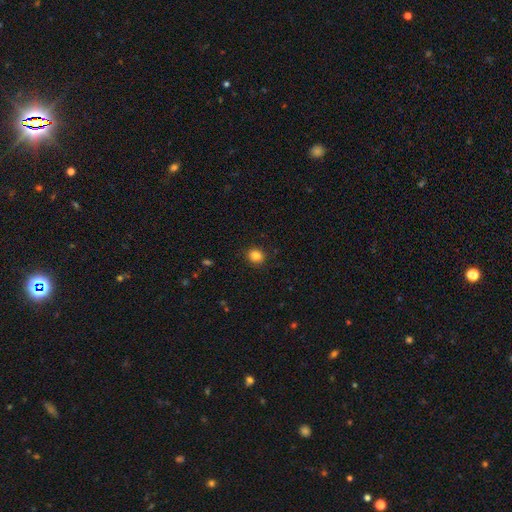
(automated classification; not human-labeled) smooth 85%, star or artifact 11%, featured or disk 5%. Down the decision tree: how rounded — round (68%); merging — none (89%).